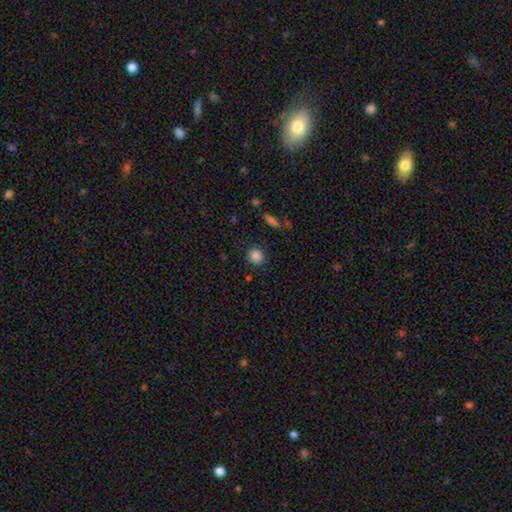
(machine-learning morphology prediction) smooth-or-featured: smooth: 85% | star or artifact: 11% | featured or disk: 4%
  how-rounded: round: 86% | in between: 13% | cigar-shaped: 1%
  merging: none: 86% | minor disturbance: 9% | major disturbance: 3% | merger: 2%